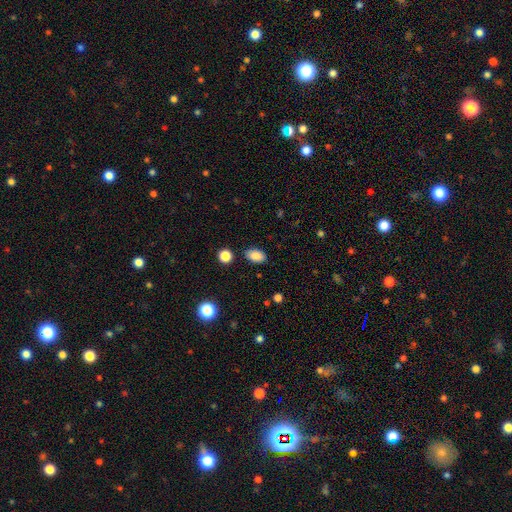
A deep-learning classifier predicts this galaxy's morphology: Overall: smooth (87%). How rounded: in between (90%). Merging: none (86%).